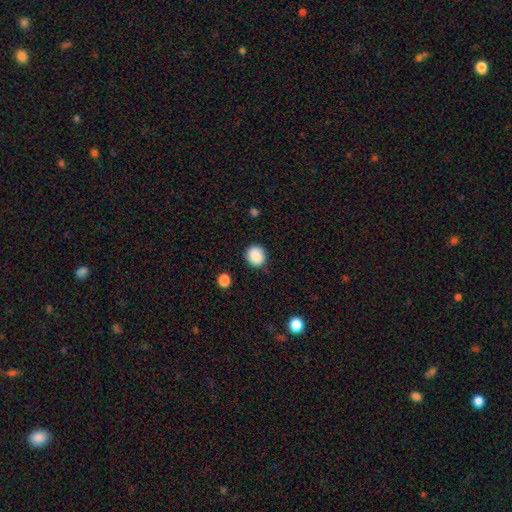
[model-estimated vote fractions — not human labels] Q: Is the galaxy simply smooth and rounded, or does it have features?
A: smooth — 88%.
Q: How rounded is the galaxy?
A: round — 80%.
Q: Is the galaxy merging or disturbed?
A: none — 82%.